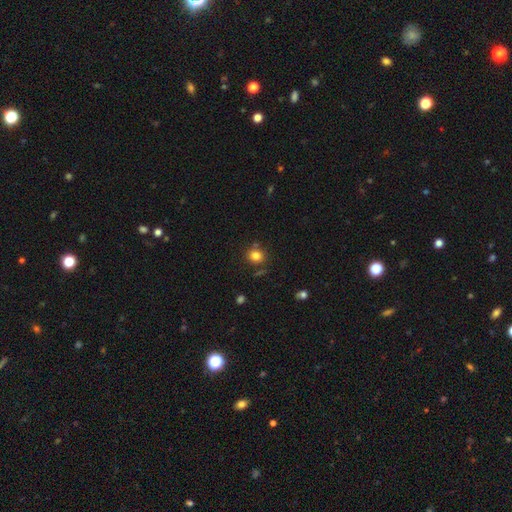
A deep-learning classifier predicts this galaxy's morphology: Overall: smooth (80%). How rounded: round (81%). Merging: none (78%).